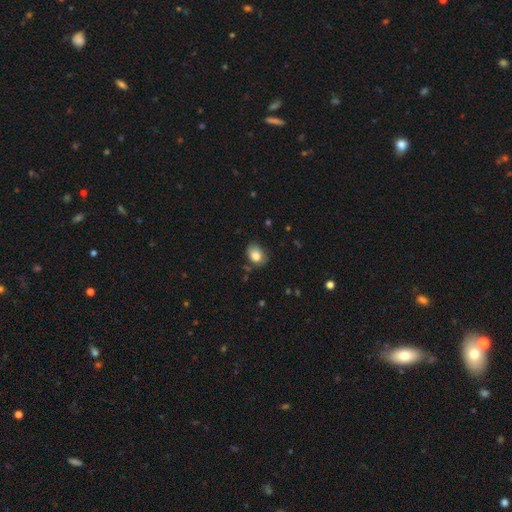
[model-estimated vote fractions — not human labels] Smooth or featured? Predicted: smooth (p=0.83). How rounded? Predicted: in between (p=0.61). Merging? Predicted: none (p=0.66).